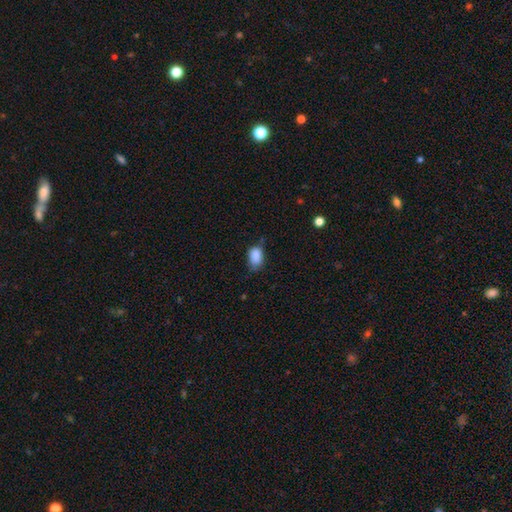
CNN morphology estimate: smooth-or-featured: smooth: 86% | star or artifact: 9% | featured or disk: 5%
  how-rounded: in between: 84% | round: 15% | cigar-shaped: 1%
  merging: none: 51% | minor disturbance: 37% | major disturbance: 9% | merger: 3%